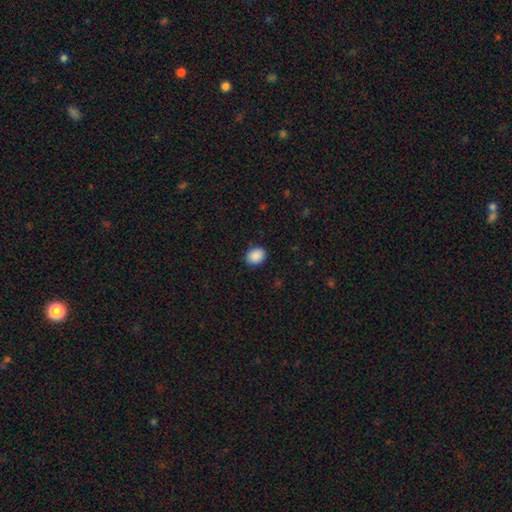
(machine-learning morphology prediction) Smooth or featured: smooth — 90% (star or artifact — 8%)
How rounded: in between — 53% (round — 46%)
Merging: none — 89% (minor disturbance — 8%)